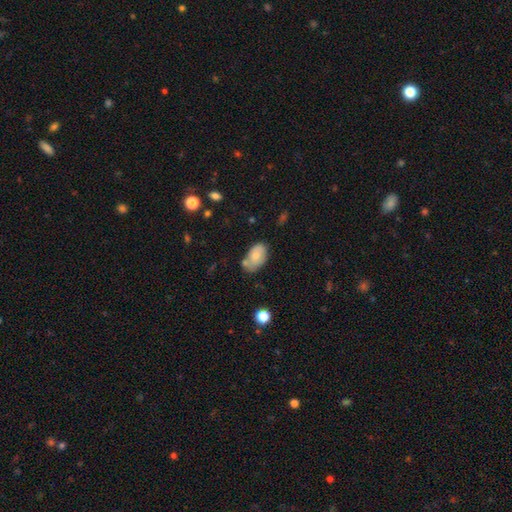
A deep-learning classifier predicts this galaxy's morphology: smooth_or_featured: smooth (p=0.73) [alt: featured or disk p=0.19]
how_rounded: in between (p=0.91) [alt: round p=0.08]
merging: none (p=0.52) [alt: minor disturbance p=0.24]